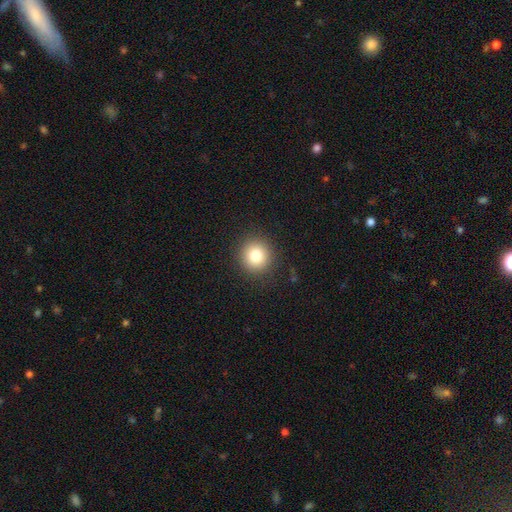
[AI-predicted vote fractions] A smooth galaxy with no disk features (82%) that is round (92%).

Vote fractions:
- Smooth or featured? smooth: 82% / star or artifact: 11% / featured or disk: 8%
- How rounded? round: 92% / in between: 7% / cigar-shaped: 1%
- Merging? none: 90% / minor disturbance: 7% / major disturbance: 2% / merger: 1%